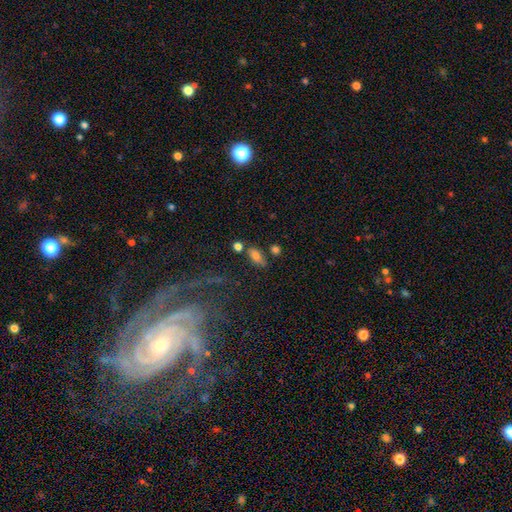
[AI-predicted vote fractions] Q: Smooth or featured?
A: smooth (72%); runner-up: featured or disk (17%)
Q: How rounded?
A: in between (81%); runner-up: cigar-shaped (11%)
Q: Merging?
A: none (64%); runner-up: minor disturbance (17%)